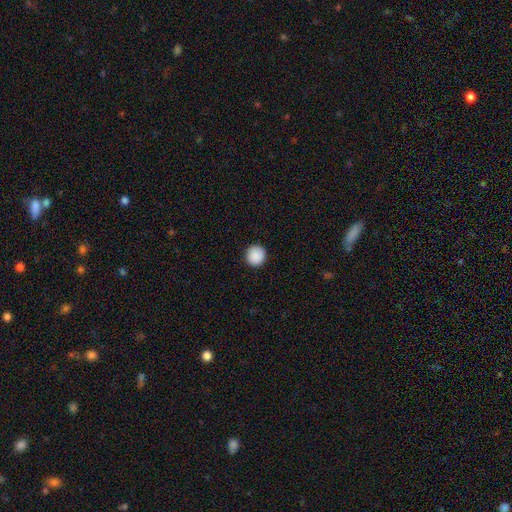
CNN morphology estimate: This is clearly a smooth galaxy (89%). How rounded: clearly round (94%). Merging: clearly none (92%).